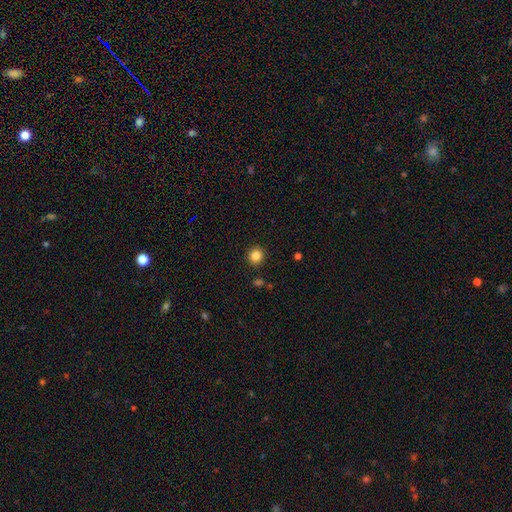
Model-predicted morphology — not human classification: The model was most divided on "smooth or featured": smooth: 85%, star or artifact: 11%, featured or disk: 4%. More confident: merging — none (92%); how rounded — round (91%).